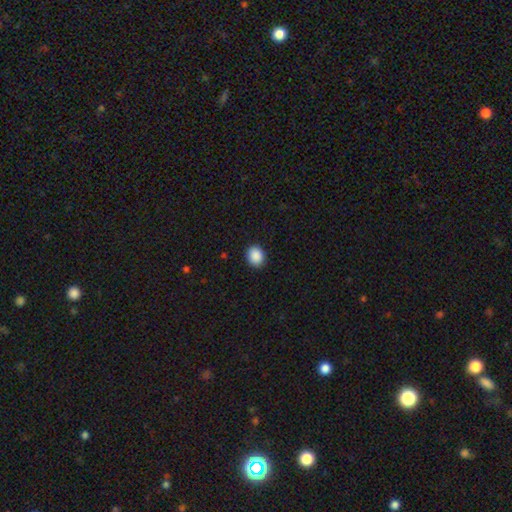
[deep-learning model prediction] Q: Smooth or featured?
A: smooth (89%); runner-up: star or artifact (8%)
Q: How rounded?
A: round (60%); runner-up: in between (39%)
Q: Merging?
A: none (90%); runner-up: minor disturbance (7%)